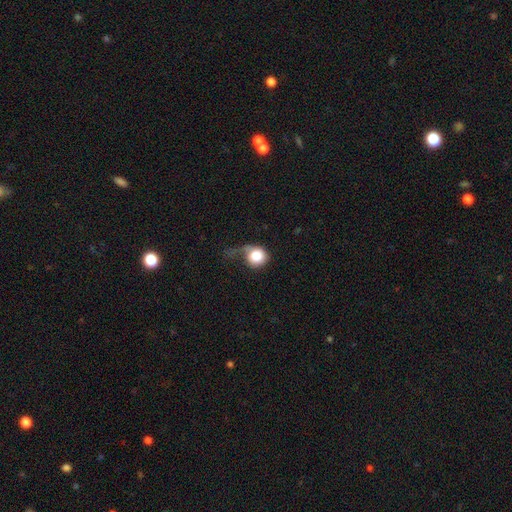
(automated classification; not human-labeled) smooth-or-featured: smooth: 77% | featured or disk: 16% | star or artifact: 7%
  how-rounded: round: 85% | in between: 14% | cigar-shaped: 1%
  merging: major disturbance: 44% | minor disturbance: 25% | none: 25% | merger: 5%